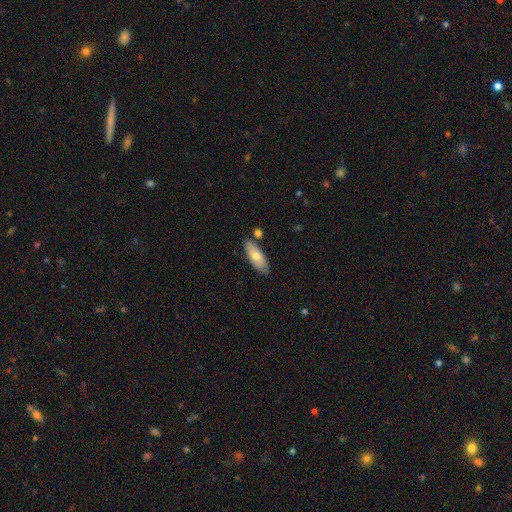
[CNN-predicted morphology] Q: Smooth or featured?
A: smooth (69%); runner-up: featured or disk (25%)
Q: How rounded?
A: in between (75%); runner-up: cigar-shaped (23%)
Q: Merging?
A: none (76%); runner-up: minor disturbance (15%)